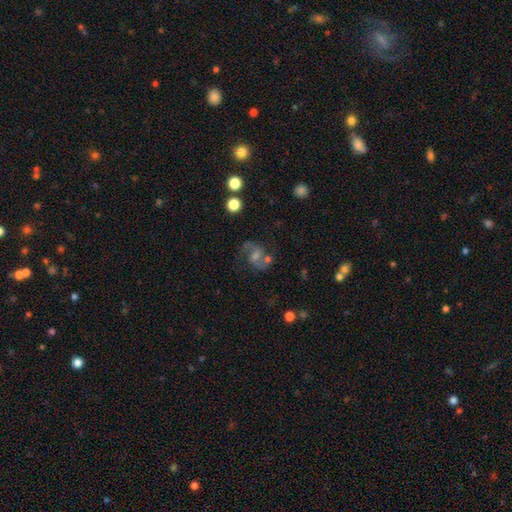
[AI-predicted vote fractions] Smooth or featured: featured or disk — 70% (smooth — 18%)
Edge-on disk: no — 97% (yes — 3%)
Bar: weak — 46% (no — 41%)
Spiral arms: yes — 91% (no — 9%)
Spiral winding: medium — 48% (loose — 41%)
Spiral arm count: 2 — 88% (1 — 5%)
Bulge size: moderate — 44% (small — 34%)
Merging: none — 58% (minor disturbance — 17%)